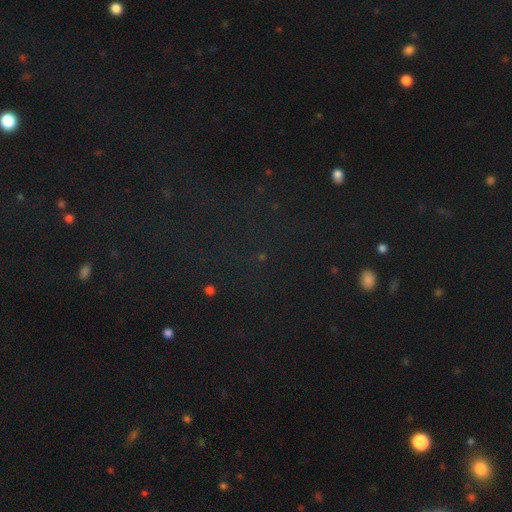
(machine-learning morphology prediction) Q: Smooth or featured?
A: star or artifact (72%); runner-up: smooth (18%)